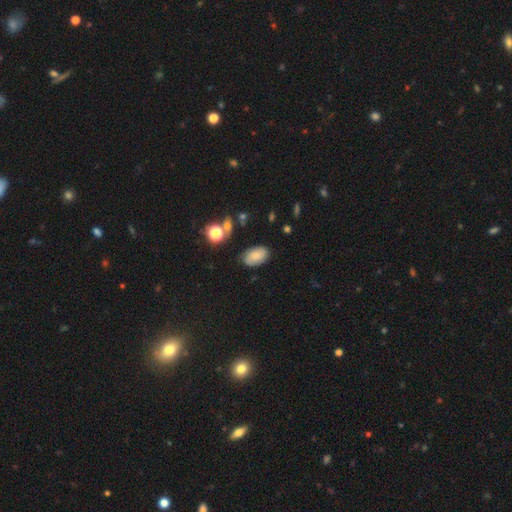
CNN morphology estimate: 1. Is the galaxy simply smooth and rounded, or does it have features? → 74% smooth, 17% featured or disk, 10% star or artifact.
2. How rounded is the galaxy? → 91% in between, 7% round, 1% cigar-shaped.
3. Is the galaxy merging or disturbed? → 82% none, 13% minor disturbance, 3% major disturbance, 2% merger.